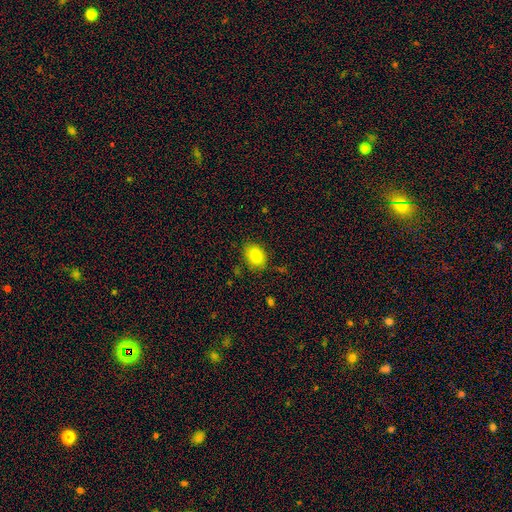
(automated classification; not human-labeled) Smooth or featured?
  - smooth: 84% *
  - star or artifact: 9%
  - featured or disk: 7%
How rounded?
  - in between: 69% *
  - round: 30%
  - cigar-shaped: 1%
Merging?
  - none: 83% *
  - minor disturbance: 12%
  - major disturbance: 3%
  - merger: 2%